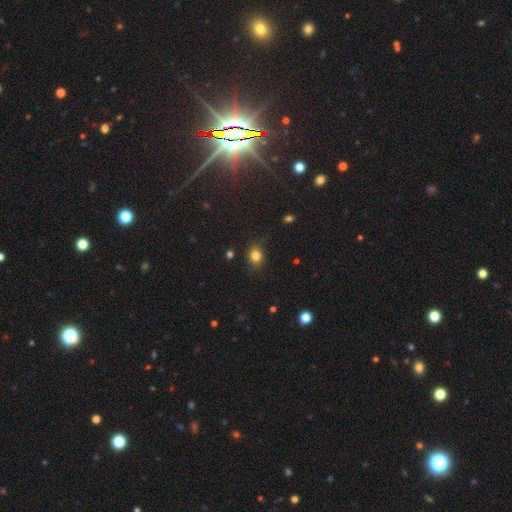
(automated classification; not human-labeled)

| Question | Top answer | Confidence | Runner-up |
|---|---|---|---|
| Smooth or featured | smooth | 80% | star or artifact (13%) |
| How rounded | round | 62% | in between (36%) |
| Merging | none | 78% | minor disturbance (17%) |